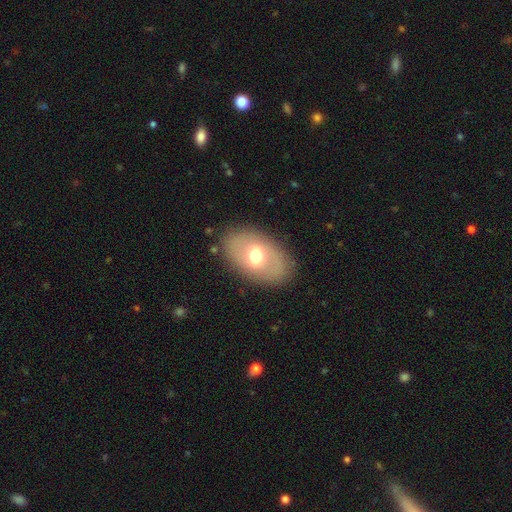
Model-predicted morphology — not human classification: This appears to be a smooth galaxy with no disk features (55%) that is in between round and cigar-shaped (86%). Merging: none (84%).